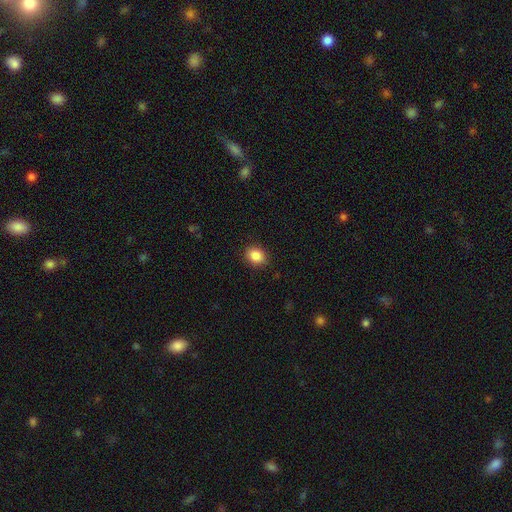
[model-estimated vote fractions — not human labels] smooth 88%, star or artifact 9%, featured or disk 4%. Down the decision tree: how rounded — round (50%); merging — none (89%).